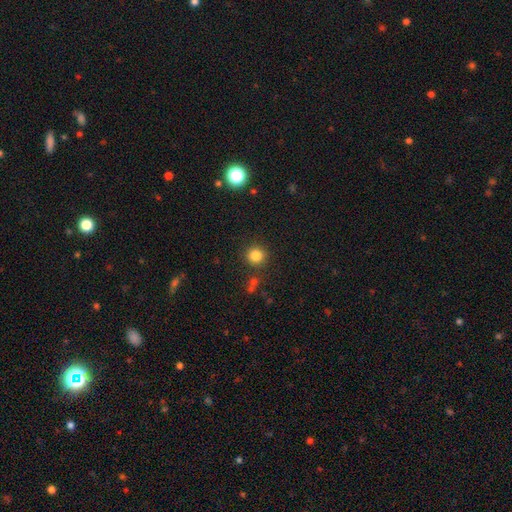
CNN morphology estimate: A smooth galaxy with no disk features (82%) that is round (93%).

Vote fractions:
- Smooth or featured? smooth: 82% / star or artifact: 13% / featured or disk: 5%
- How rounded? round: 93% / in between: 6% / cigar-shaped: 1%
- Merging? none: 87% / minor disturbance: 7% / merger: 3% / major disturbance: 3%